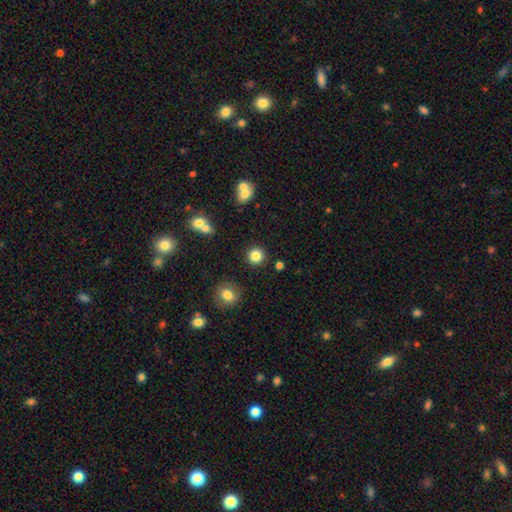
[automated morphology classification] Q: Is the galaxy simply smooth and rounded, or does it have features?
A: smooth — 84%.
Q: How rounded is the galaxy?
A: round — 94%.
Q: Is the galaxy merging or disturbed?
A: none — 89%.